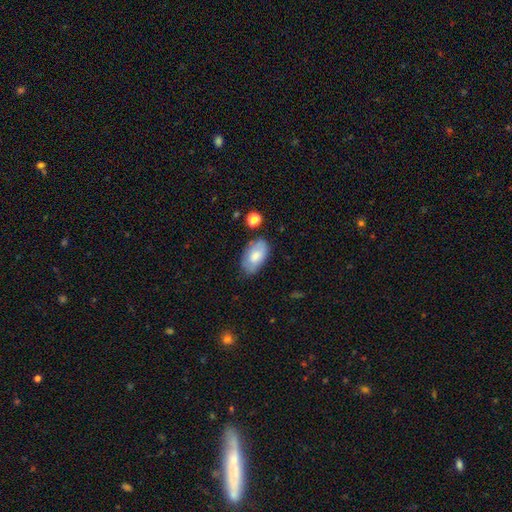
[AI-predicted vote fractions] smooth 74%, featured or disk 19%, star or artifact 7%. Down the decision tree: how rounded — in between (94%); merging — none (71%).